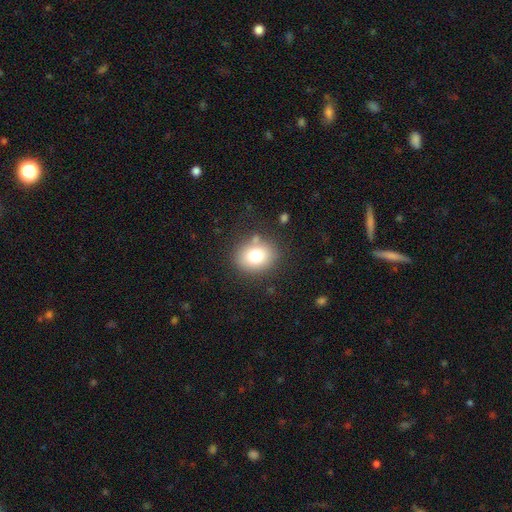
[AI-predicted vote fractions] smooth-or-featured: smooth: 76% | featured or disk: 12% | star or artifact: 12%
  how-rounded: round: 61% | in between: 38% | cigar-shaped: 1%
  merging: none: 81% | minor disturbance: 11% | major disturbance: 4% | merger: 4%